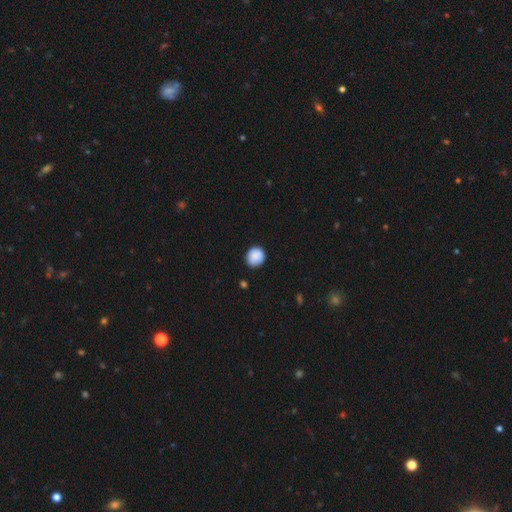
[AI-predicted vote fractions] This is clearly a smooth galaxy (88%). How rounded: clearly round (90%). Merging: clearly none (85%).